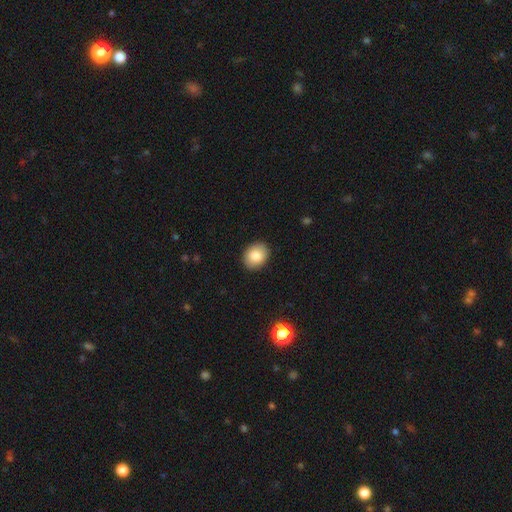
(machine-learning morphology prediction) smooth_or_featured: smooth (p=0.84) [alt: star or artifact p=0.08]
how_rounded: in between (p=0.53) [alt: round p=0.47]
merging: none (p=0.90) [alt: minor disturbance p=0.07]